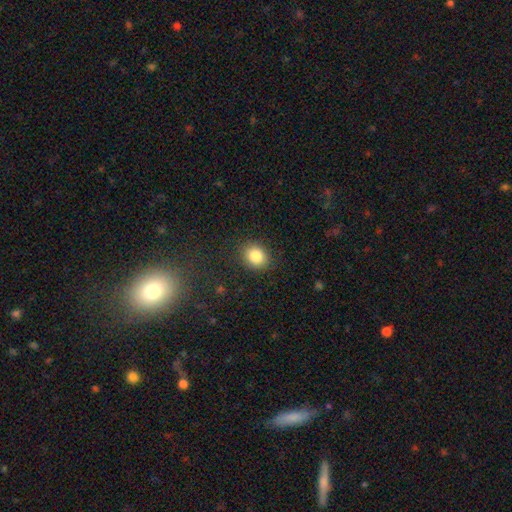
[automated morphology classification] A smooth galaxy with no disk features (84%) that is round (61%). Merging: none (87%).